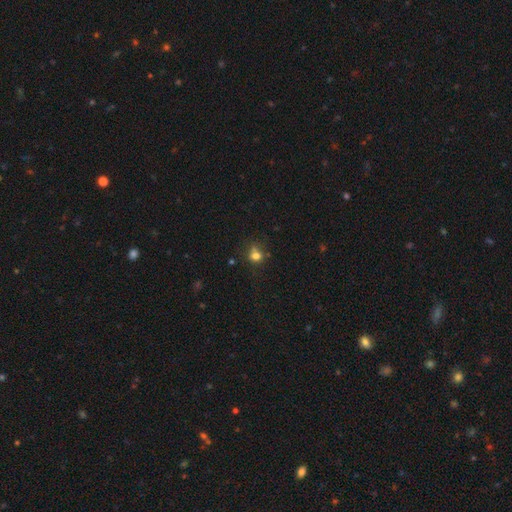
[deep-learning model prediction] Smooth or featured: smooth — 72% (star or artifact — 17%)
How rounded: round — 73% (in between — 25%)
Merging: none — 52% (merger — 20%)